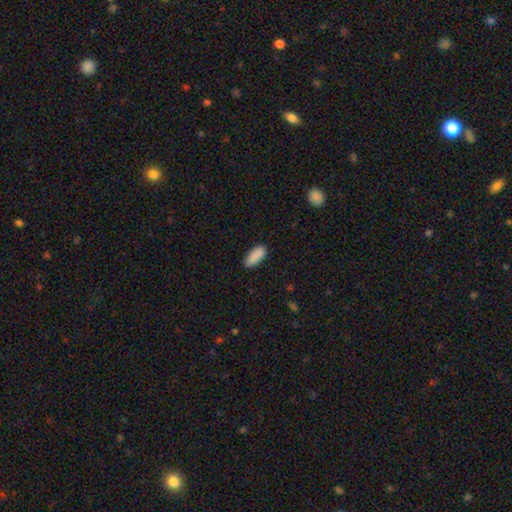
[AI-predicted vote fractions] This is clearly a smooth galaxy (90%). How rounded: clearly in between (84%). Merging: clearly none (85%).